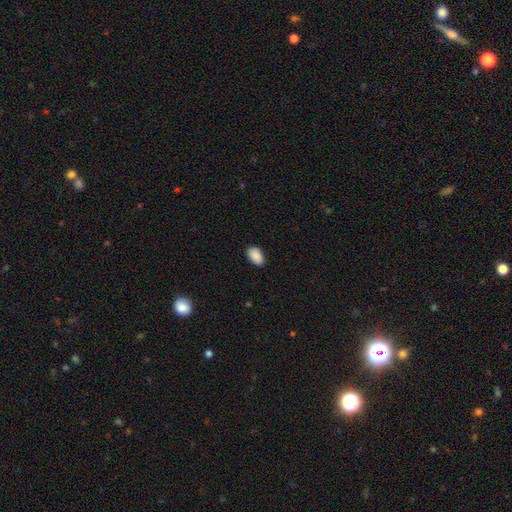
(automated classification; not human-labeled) smooth_or_featured: smooth (p=0.89) [alt: star or artifact p=0.07]
how_rounded: in between (p=0.93) [alt: round p=0.06]
merging: none (p=0.86) [alt: minor disturbance p=0.11]